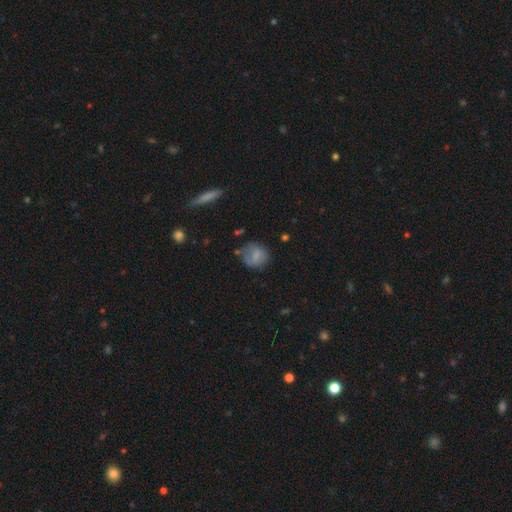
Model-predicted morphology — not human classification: smooth 71%, featured or disk 19%, star or artifact 10%. Down the decision tree: how rounded — round (77%); merging — none (59%).